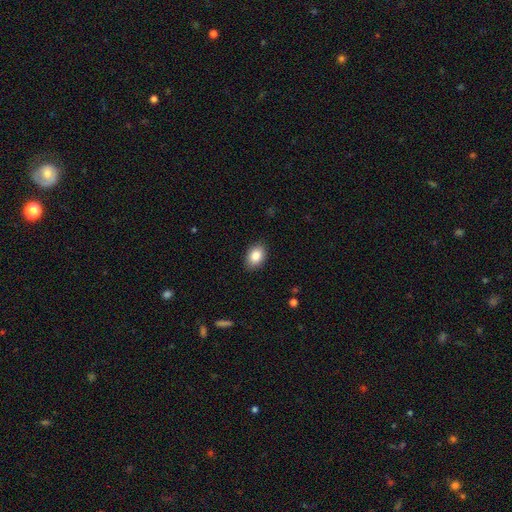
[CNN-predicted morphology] A smooth galaxy with no disk features (87%) that is in between round and cigar-shaped (84%).

Vote fractions:
- Smooth or featured? smooth: 87% / star or artifact: 7% / featured or disk: 6%
- How rounded? in between: 84% / round: 14% / cigar-shaped: 1%
- Merging? none: 86% / minor disturbance: 11% / major disturbance: 2% / merger: 1%